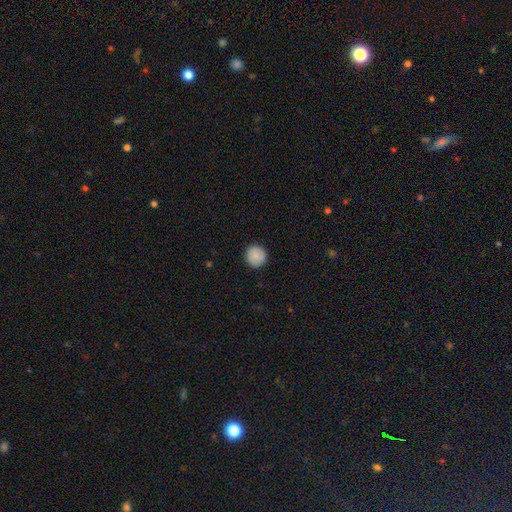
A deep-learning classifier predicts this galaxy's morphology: Smooth or featured?
  - smooth: 87% *
  - star or artifact: 7%
  - featured or disk: 6%
How rounded?
  - round: 94% *
  - in between: 5%
  - cigar-shaped: 1%
Merging?
  - none: 91% *
  - minor disturbance: 7%
  - major disturbance: 2%
  - merger: 1%